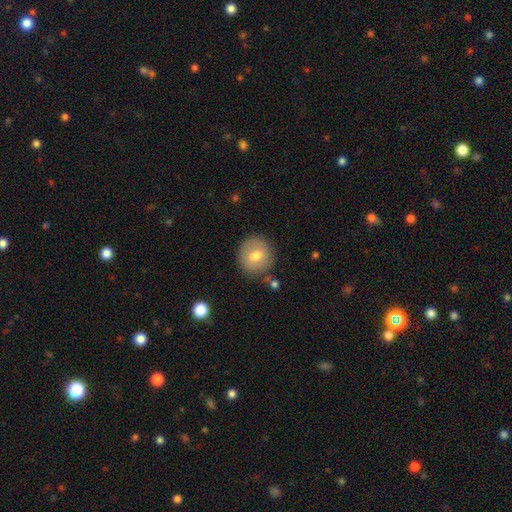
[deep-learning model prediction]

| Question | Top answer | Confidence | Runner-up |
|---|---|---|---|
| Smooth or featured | smooth | 72% | featured or disk (20%) |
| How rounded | round | 90% | in between (9%) |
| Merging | none | 82% | minor disturbance (11%) |